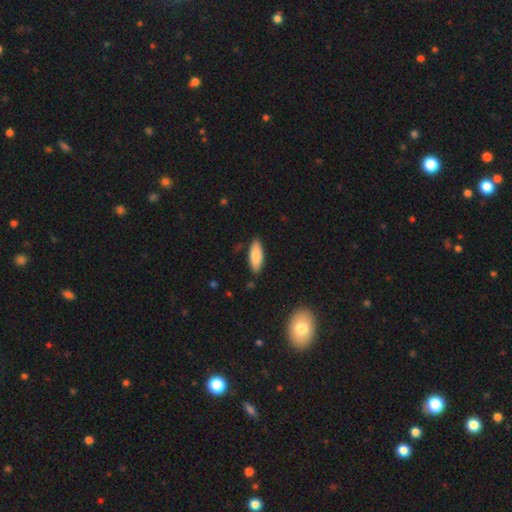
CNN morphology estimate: Smooth or featured: smooth — 83% (featured or disk — 11%)
How rounded: in between — 67% (cigar-shaped — 32%)
Merging: none — 87% (minor disturbance — 10%)